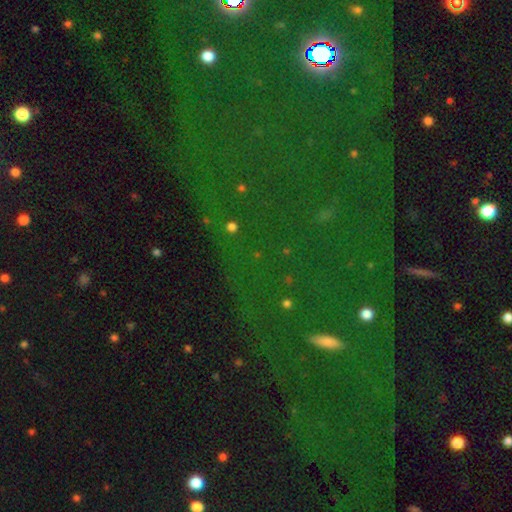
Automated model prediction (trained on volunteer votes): Overall: star or artifact (79%).